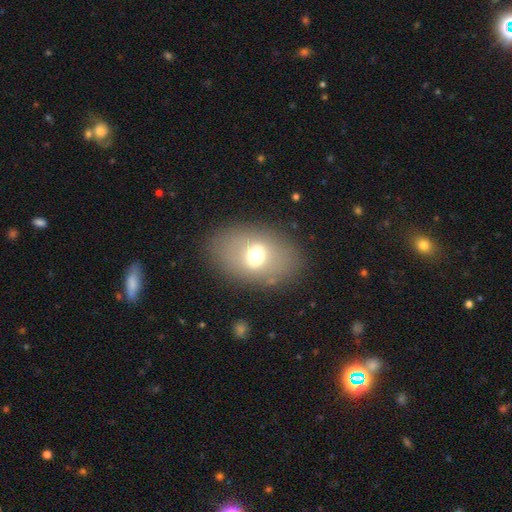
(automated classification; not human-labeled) Smooth or featured? Predicted: smooth (p=0.56). How rounded? Predicted: in between (p=0.76). Merging? Predicted: none (p=0.82).